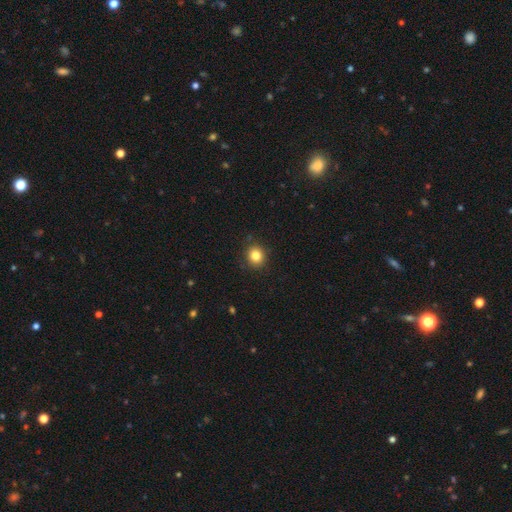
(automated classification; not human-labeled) The model was most divided on "smooth or featured": smooth: 83%, star or artifact: 11%, featured or disk: 6%. More confident: merging — none (90%); how rounded — round (86%).